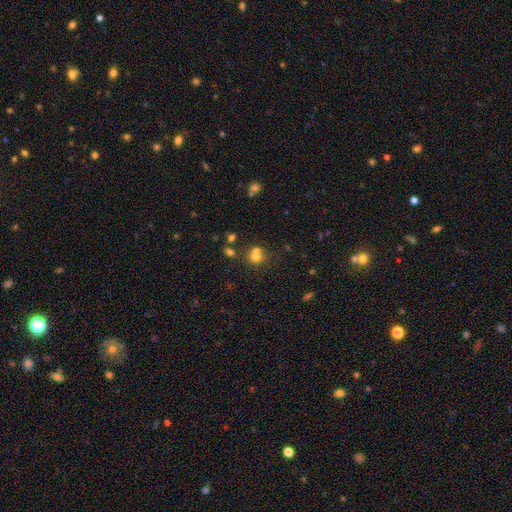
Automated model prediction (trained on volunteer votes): Overall: smooth (68%). How rounded: round (83%). Merging: none (47%; merger 43%).